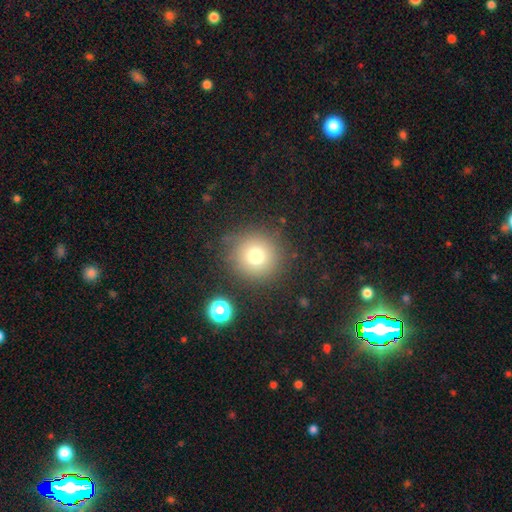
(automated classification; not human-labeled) Smooth or featured? smooth (75%)
How rounded? round (94%)
Merging? none (83%)